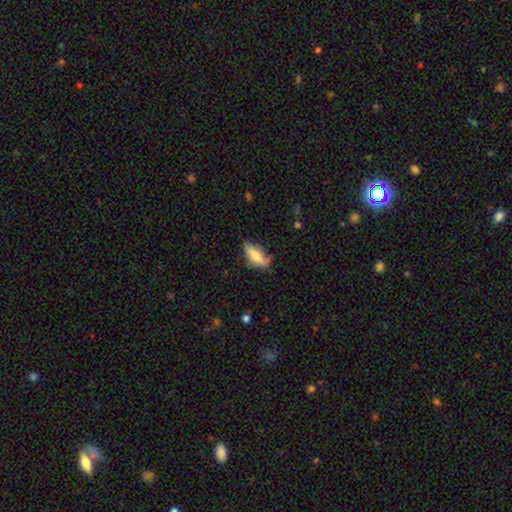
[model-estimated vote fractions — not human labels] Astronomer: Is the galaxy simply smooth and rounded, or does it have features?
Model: smooth — 62%.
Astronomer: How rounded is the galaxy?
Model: in between — 70%.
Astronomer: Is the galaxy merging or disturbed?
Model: none — 59%.